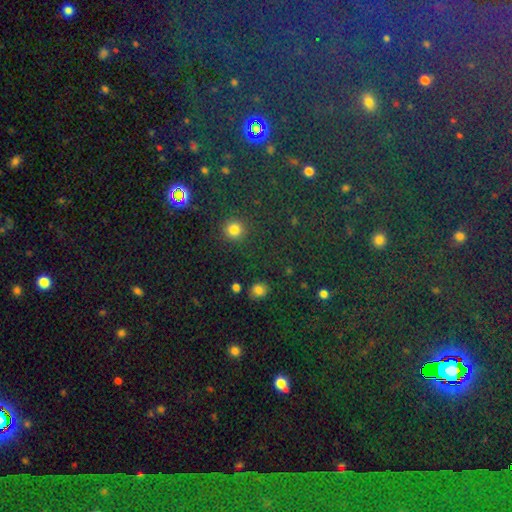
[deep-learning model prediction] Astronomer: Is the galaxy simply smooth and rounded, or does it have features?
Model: star or artifact — 62%.